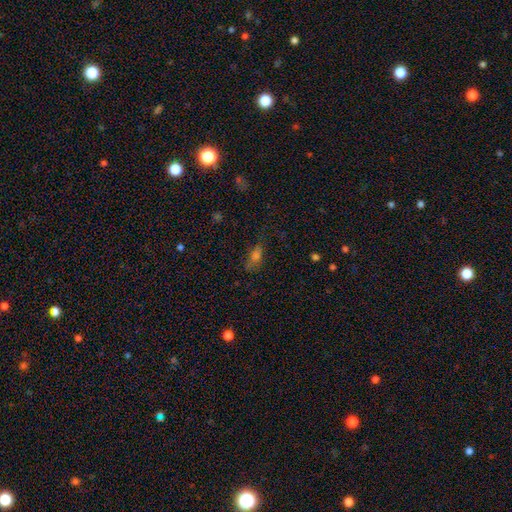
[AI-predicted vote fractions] Smooth or featured? Predicted: smooth (p=0.60). How rounded? Predicted: in between (p=0.69). Merging? Predicted: none (p=0.58).